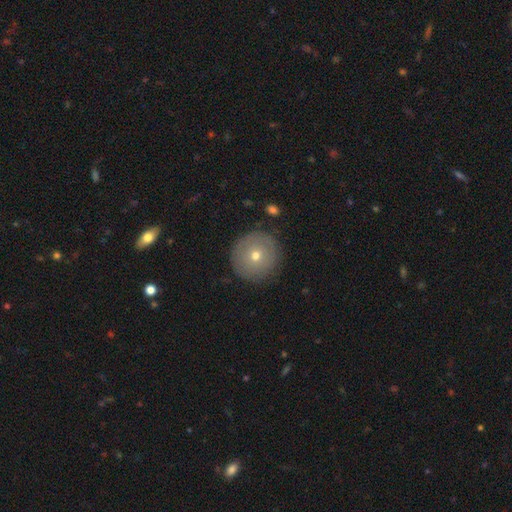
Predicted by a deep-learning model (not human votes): This appears to be a smooth galaxy with no disk features (63%) that is round (96%). Merging: none (88%).